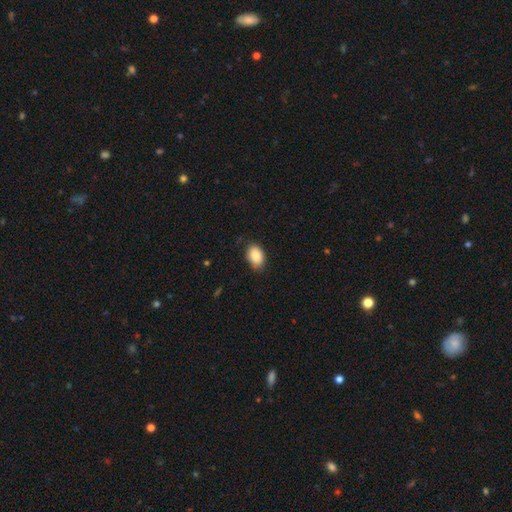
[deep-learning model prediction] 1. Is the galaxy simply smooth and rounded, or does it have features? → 87% smooth, 7% star or artifact, 6% featured or disk.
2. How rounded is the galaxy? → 87% in between, 12% round, 1% cigar-shaped.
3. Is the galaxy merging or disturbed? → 77% none, 19% minor disturbance, 3% major disturbance, 1% merger.